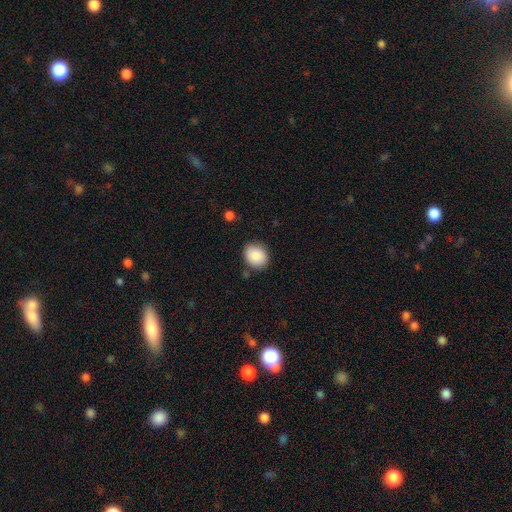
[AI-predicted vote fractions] Overall: smooth (88%). How rounded: round (56%; in between 43%). Merging: none (81%).